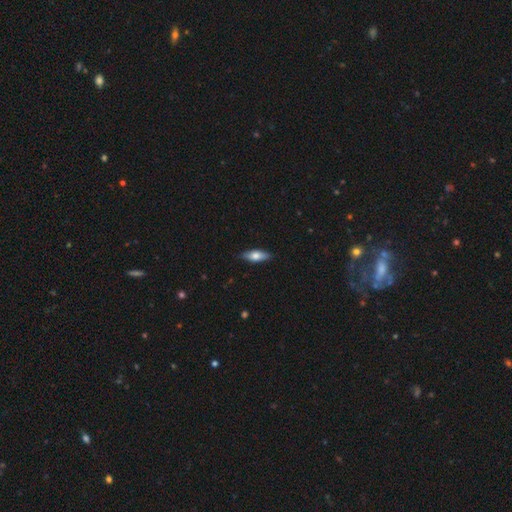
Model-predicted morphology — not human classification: smooth_or_featured: smooth (p=0.64) [alt: featured or disk p=0.30]
how_rounded: in between (p=0.65) [alt: cigar-shaped p=0.32]
merging: none (p=0.87) [alt: minor disturbance p=0.10]